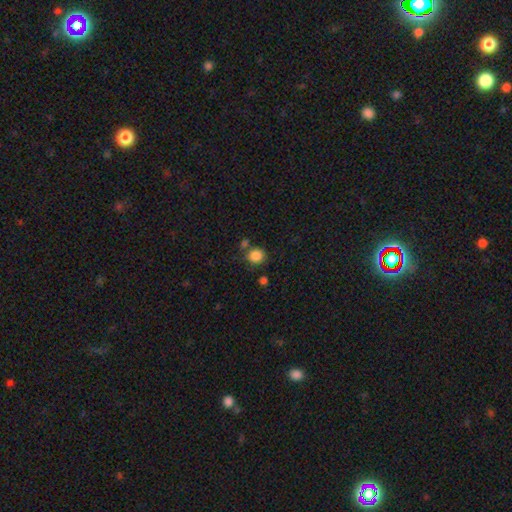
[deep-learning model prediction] Smooth or featured?
  - smooth: 85% *
  - star or artifact: 11%
  - featured or disk: 4%
How rounded?
  - round: 88% *
  - in between: 11%
  - cigar-shaped: 1%
Merging?
  - none: 75% *
  - merger: 11%
  - minor disturbance: 10%
  - major disturbance: 4%